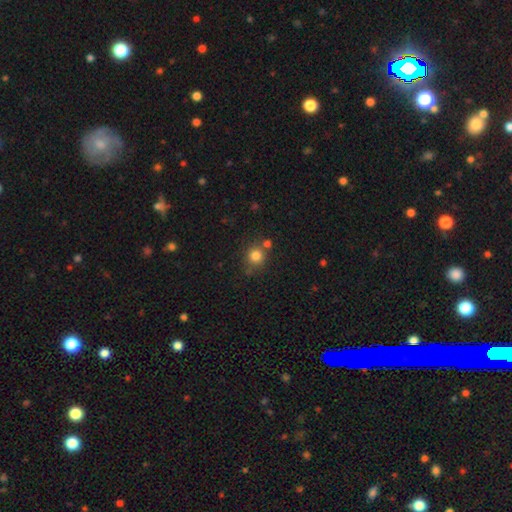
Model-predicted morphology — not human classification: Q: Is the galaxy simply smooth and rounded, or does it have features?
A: smooth — 81%.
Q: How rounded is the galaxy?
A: round — 89%.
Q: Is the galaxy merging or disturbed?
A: none — 70%.